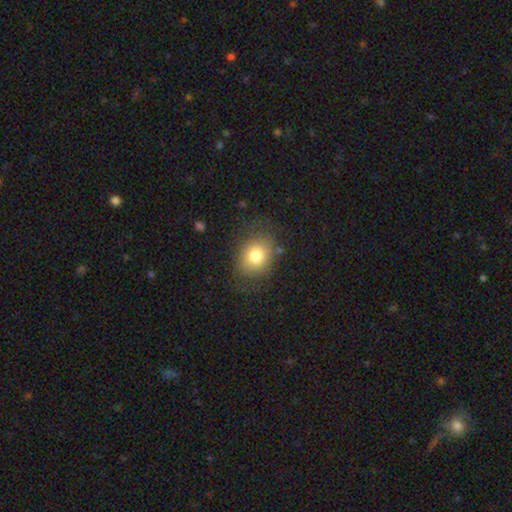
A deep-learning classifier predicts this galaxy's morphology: Smooth or featured? Predicted: smooth (p=0.78). How rounded? Predicted: in between (p=0.51). Merging? Predicted: none (p=0.74).